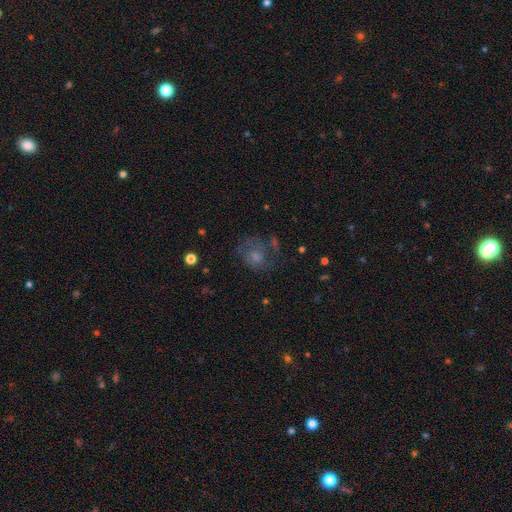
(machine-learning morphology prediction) Overall: featured or disk (43%, tied with smooth). Merging: none (46%; major disturbance 26%).